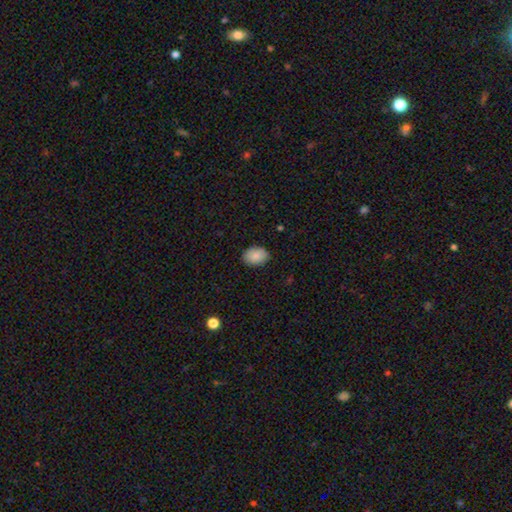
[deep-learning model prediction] This appears to be a smooth galaxy with no disk features (88%) that is in between round and cigar-shaped (80%). Merging: none (86%).